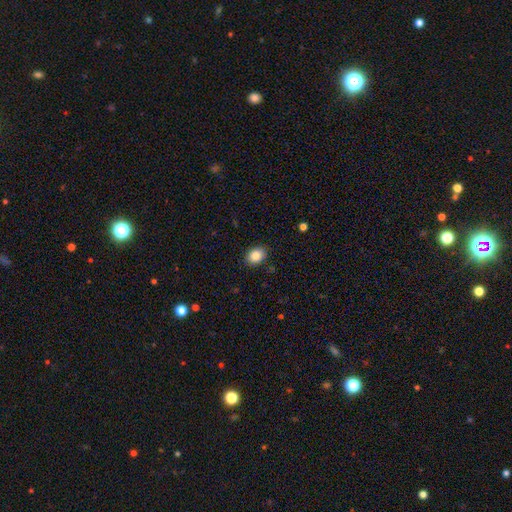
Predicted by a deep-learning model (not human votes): Overall: smooth (86%). How rounded: in between (67%; round 32%). Merging: none (88%).